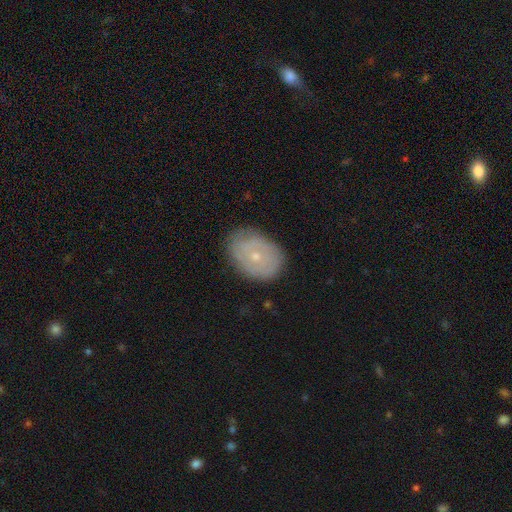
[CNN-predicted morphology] type=featured or disk (59%); edge-on=no (95%); bar=no (82%); spiral arms=yes (70%); bulge=small (70%); merging=none (79%).